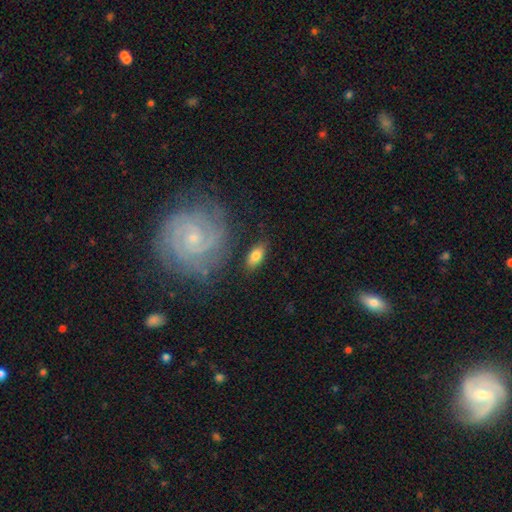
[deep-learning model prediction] This is likely a smooth galaxy (72%). How rounded: clearly in between (89%). Merging: clearly none (80%).